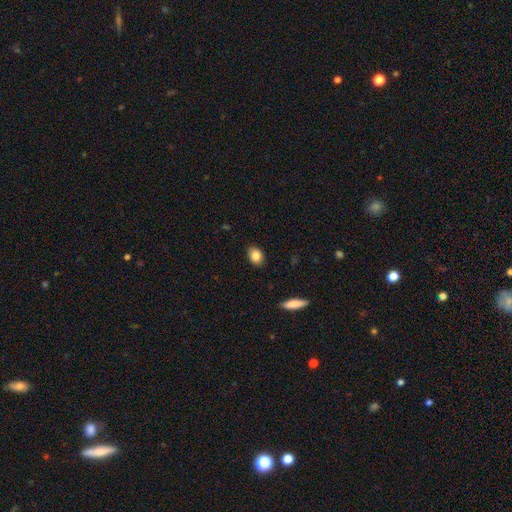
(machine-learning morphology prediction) Smooth or featured? smooth (85%)
How rounded? in between (64%)
Merging? none (88%)